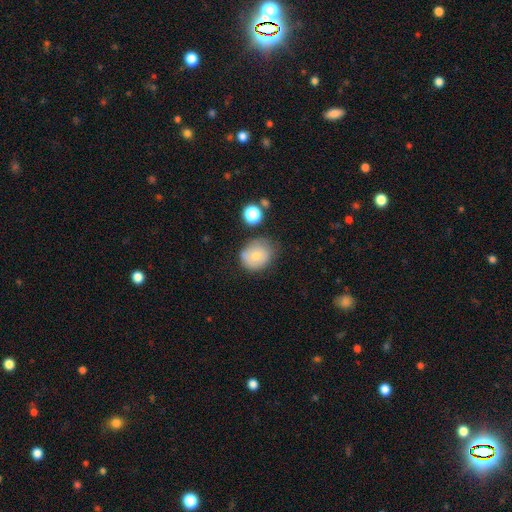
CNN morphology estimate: smooth 72%, featured or disk 18%, star or artifact 10%. Down the decision tree: how rounded — round (70%); merging — none (56%).